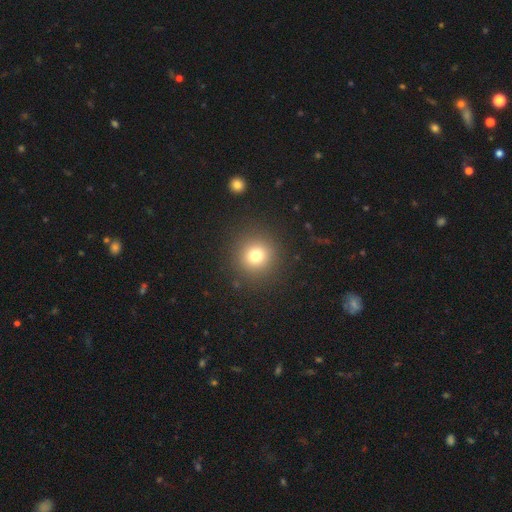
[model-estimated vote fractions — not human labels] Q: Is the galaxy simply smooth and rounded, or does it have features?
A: smooth — 76%.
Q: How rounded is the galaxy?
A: round — 93%.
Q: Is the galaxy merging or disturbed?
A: none — 90%.